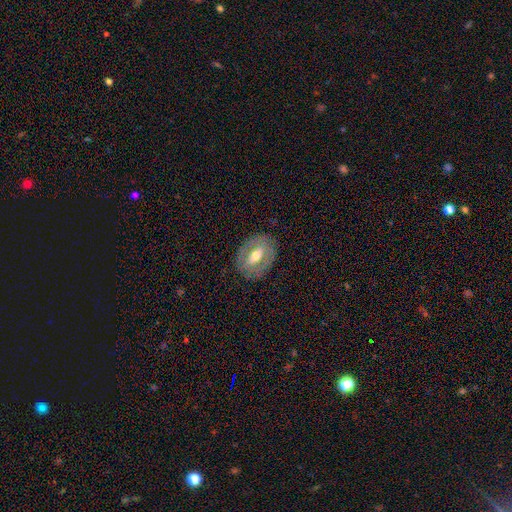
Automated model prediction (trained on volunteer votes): smooth_or_featured: featured or disk (p=0.56) [alt: smooth p=0.37]
disk_edge_on: no (p=0.89) [alt: yes p=0.11]
bar: weak (p=0.37) [alt: strong p=0.35]
has_spiral_arms: no (p=0.76) [alt: yes p=0.24]
bulge_size: moderate (p=0.72) [alt: small p=0.19]
merging: none (p=0.83) [alt: minor disturbance p=0.12]